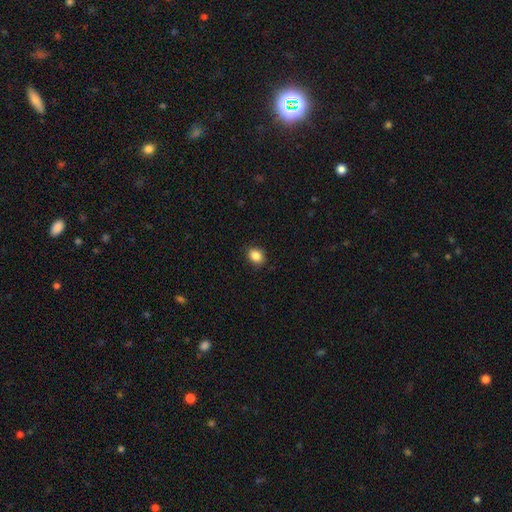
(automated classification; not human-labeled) Smooth or featured? smooth (87%)
How rounded? in between (56%)
Merging? none (87%)